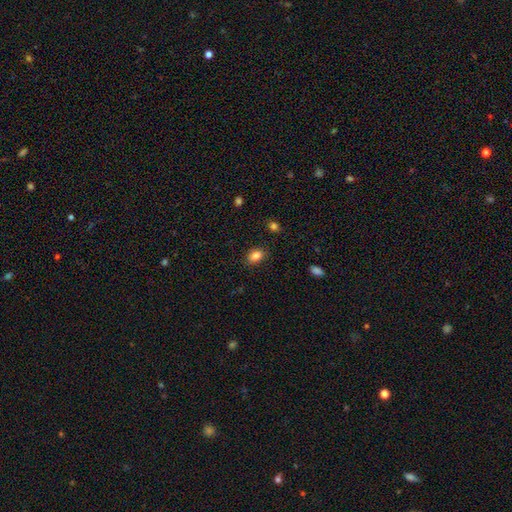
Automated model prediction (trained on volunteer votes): Smooth or featured?
  - smooth: 85% *
  - star or artifact: 10%
  - featured or disk: 5%
How rounded?
  - in between: 78% *
  - round: 21%
  - cigar-shaped: 1%
Merging?
  - none: 85% *
  - minor disturbance: 11%
  - major disturbance: 3%
  - merger: 1%